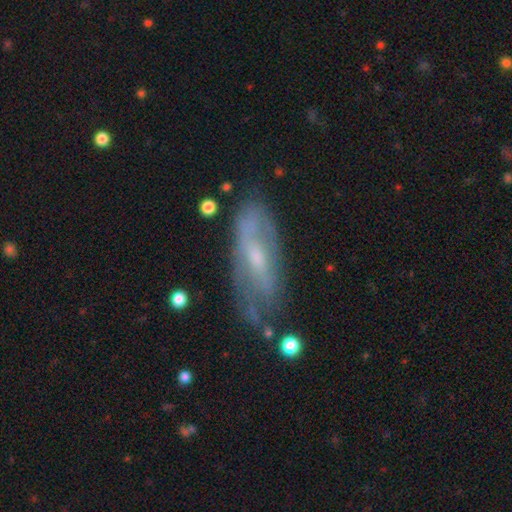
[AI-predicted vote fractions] Smooth or featured? featured or disk (65%)
Edge-on disk? no (79%)
Bar? no (48%)
Spiral arms? yes (66%)
Bulge size? small (51%)
Merging? none (59%)